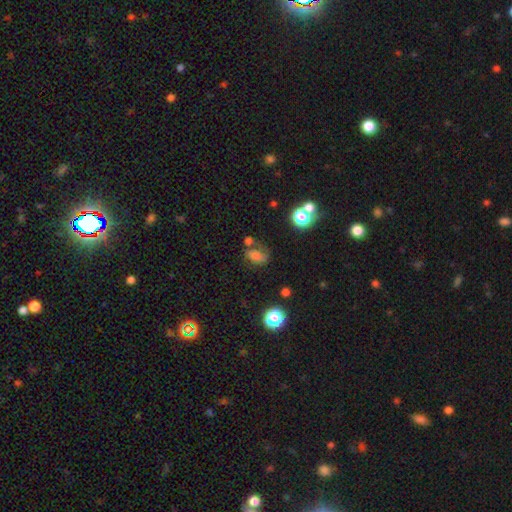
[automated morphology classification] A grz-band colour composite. It shows a smooth galaxy with no disk features (59%) that is in between round and cigar-shaped (75%). Merging: none (45%).